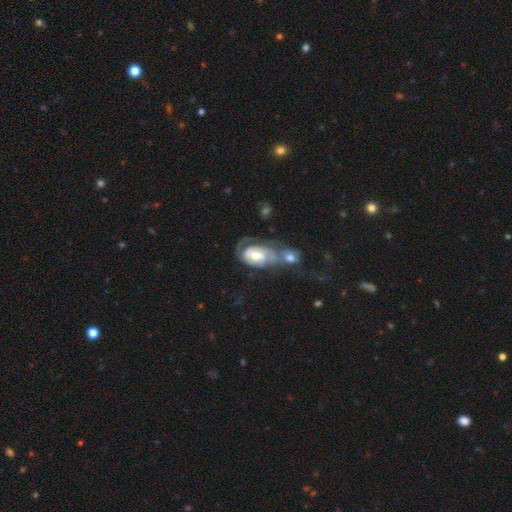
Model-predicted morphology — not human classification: The model was most divided on "spiral arm count": 2: 42%, can't tell: 29%, 1: 21%, 3: 4%, 4: 2%, more than 4: 2%. More confident: edge-on disk — no (96%); spiral arms — yes (82%); smooth or featured — featured or disk (71%); bulge size — moderate (66%); bar — no (60%); spiral winding — tight (55%); merging — merger (55%).